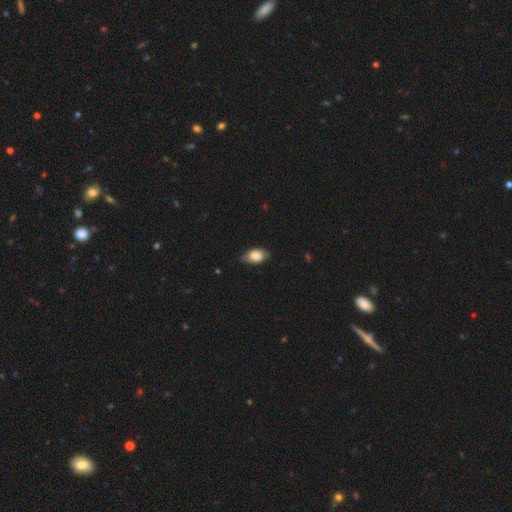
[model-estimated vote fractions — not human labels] Smooth or featured? smooth (76%)
How rounded? in between (85%)
Merging? none (65%)